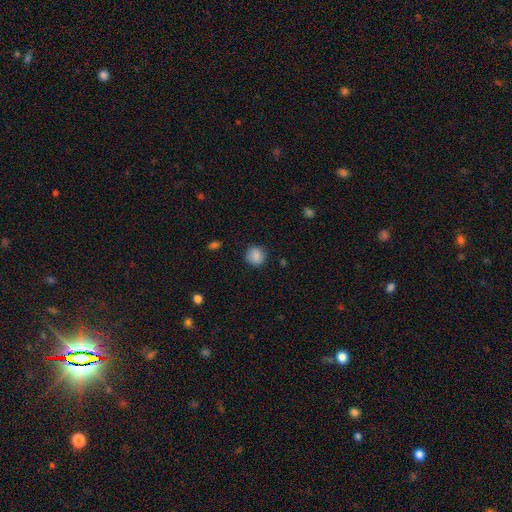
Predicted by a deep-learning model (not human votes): Q: Smooth or featured?
A: smooth (87%); runner-up: star or artifact (9%)
Q: How rounded?
A: round (89%); runner-up: in between (10%)
Q: Merging?
A: none (86%); runner-up: minor disturbance (10%)